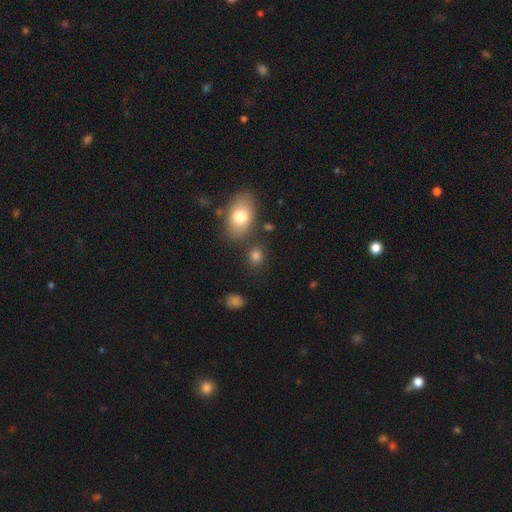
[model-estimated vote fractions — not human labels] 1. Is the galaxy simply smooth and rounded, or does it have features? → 81% smooth, 12% star or artifact, 8% featured or disk.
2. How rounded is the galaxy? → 56% round, 43% in between, 2% cigar-shaped.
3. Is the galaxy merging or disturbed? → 75% none, 11% minor disturbance, 9% merger, 4% major disturbance.